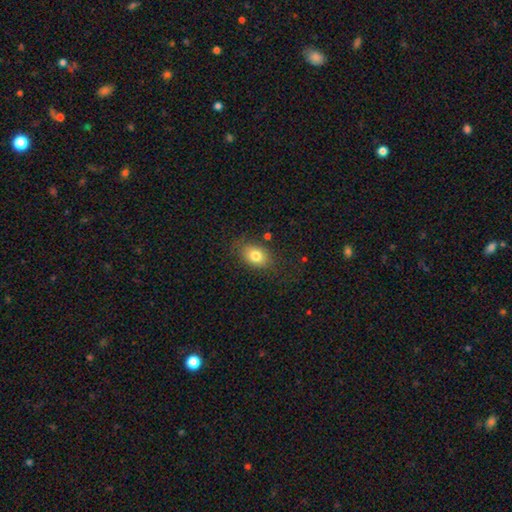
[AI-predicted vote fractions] Smooth or featured? Predicted: smooth (p=0.80). How rounded? Predicted: in between (p=0.80). Merging? Predicted: none (p=0.78).